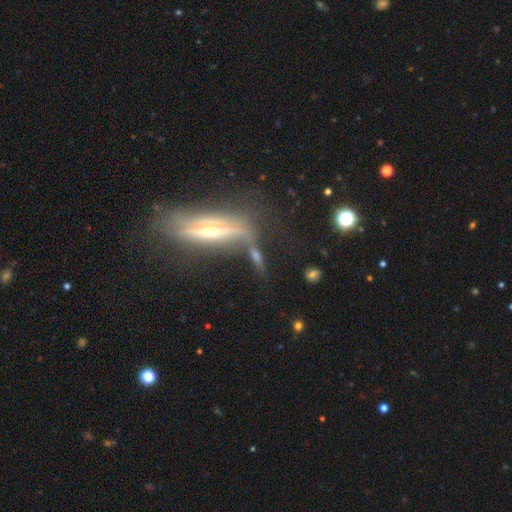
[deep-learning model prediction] smooth-or-featured: featured or disk: 70% | smooth: 20% | star or artifact: 10%
  disk-edge-on: yes: 72% | no: 28%
    edge-on-bulge: rounded: 83% | none: 12% | boxy: 5%
  merging: none: 52% | minor disturbance: 22% | major disturbance: 15% | merger: 11%